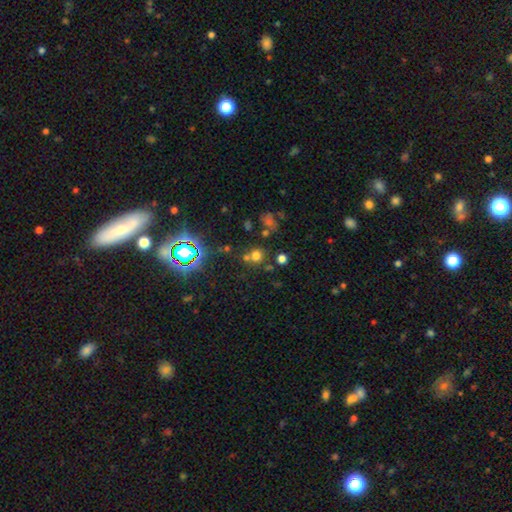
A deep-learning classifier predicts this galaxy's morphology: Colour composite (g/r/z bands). It shows a smooth galaxy with no disk features (63%) that is round (87%). Merging: none (66%).